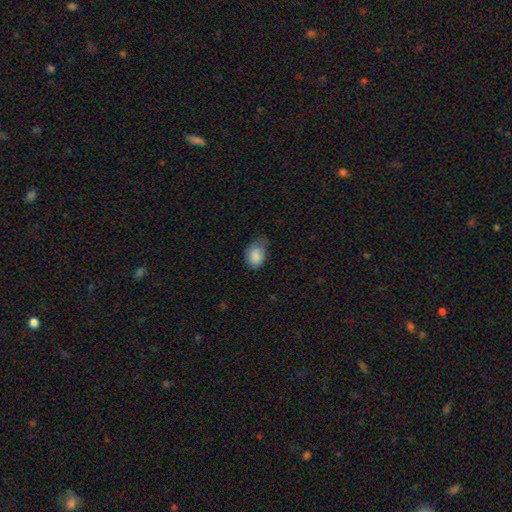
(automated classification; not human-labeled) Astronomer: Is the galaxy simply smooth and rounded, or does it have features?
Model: smooth — 86%.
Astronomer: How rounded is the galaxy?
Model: in between — 80%.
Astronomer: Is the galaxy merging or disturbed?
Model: none — 44% (runner-up: minor disturbance, 42%).